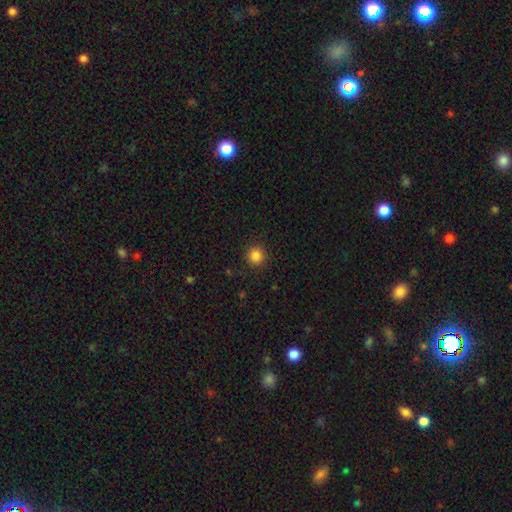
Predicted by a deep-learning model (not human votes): The model was most divided on "smooth or featured": smooth: 84%, star or artifact: 12%, featured or disk: 4%. More confident: how rounded — round (94%); merging — none (91%).